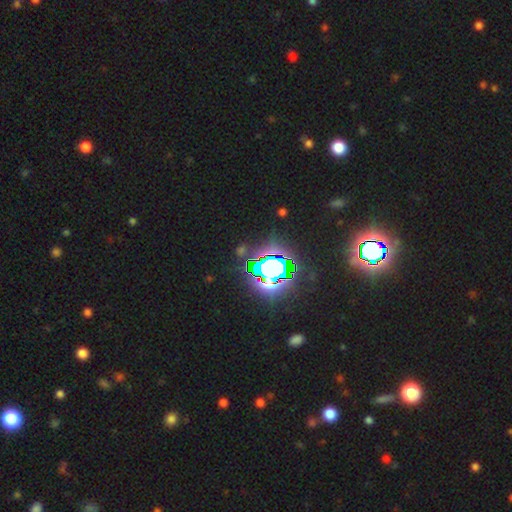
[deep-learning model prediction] Smooth or featured: star or artifact — 84% (smooth — 9%)